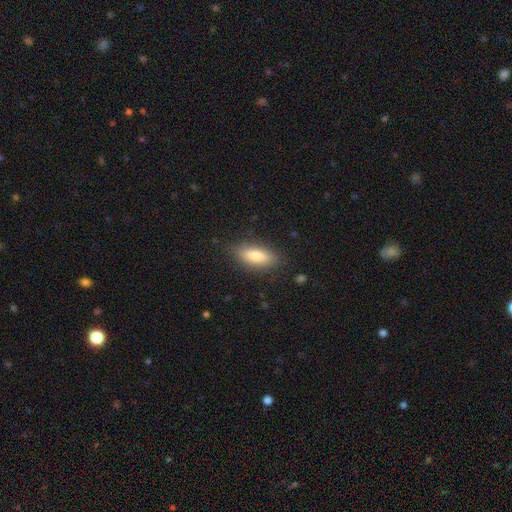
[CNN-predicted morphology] The model was most divided on "how rounded": in between: 71%, cigar-shaped: 26%, round: 3%. More confident: merging — none (84%); smooth or featured — smooth (75%).